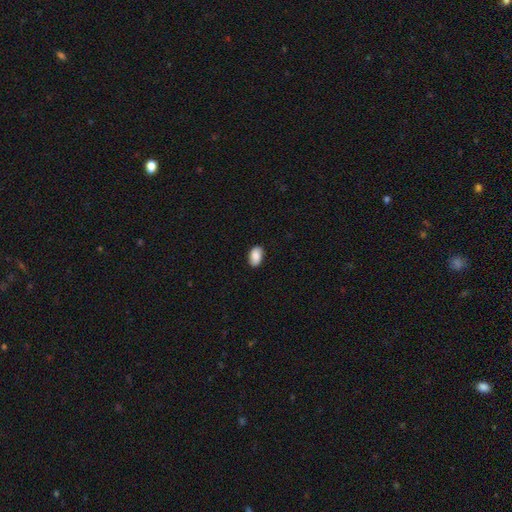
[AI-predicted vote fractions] This is clearly a smooth galaxy (89%). How rounded: clearly in between (93%). Merging: clearly none (86%).